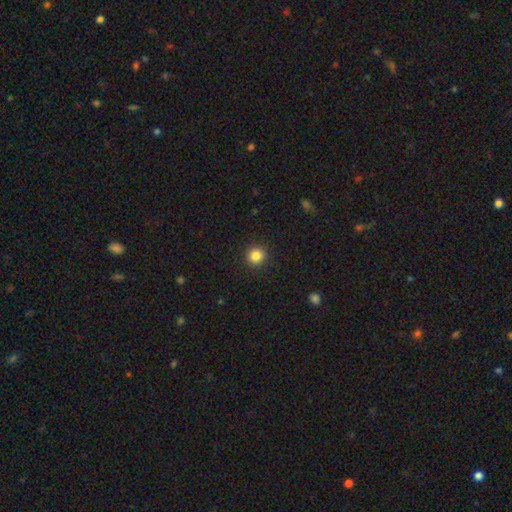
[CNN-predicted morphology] Overall: smooth (85%). How rounded: round (93%). Merging: none (92%).